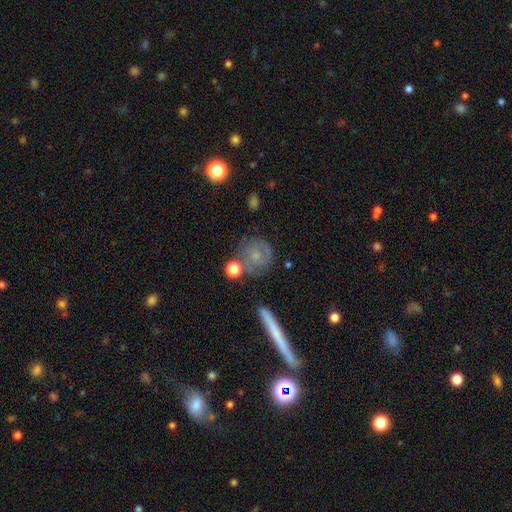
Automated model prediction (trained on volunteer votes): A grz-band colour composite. It shows a smooth galaxy with no disk features (47%). Merging: none (63%).